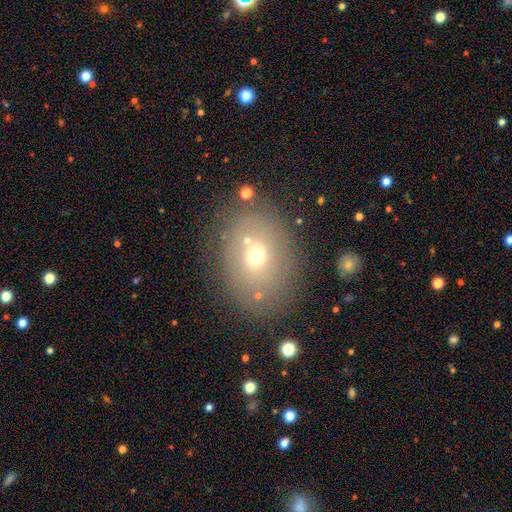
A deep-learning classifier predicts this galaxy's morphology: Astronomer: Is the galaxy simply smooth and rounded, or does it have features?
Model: smooth — 63%.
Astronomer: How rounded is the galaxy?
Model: in between — 57% (runner-up: round, 42%).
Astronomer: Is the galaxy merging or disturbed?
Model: none — 73%.